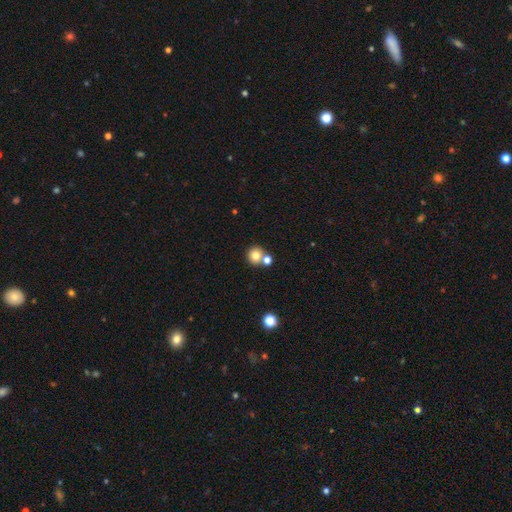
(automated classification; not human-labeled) A smooth galaxy with no disk features (78%) that is round (91%).

Vote fractions:
- Smooth or featured? smooth: 78% / star or artifact: 12% / featured or disk: 10%
- How rounded? round: 91% / in between: 8% / cigar-shaped: 1%
- Merging? none: 61% / merger: 30% / minor disturbance: 7% / major disturbance: 3%